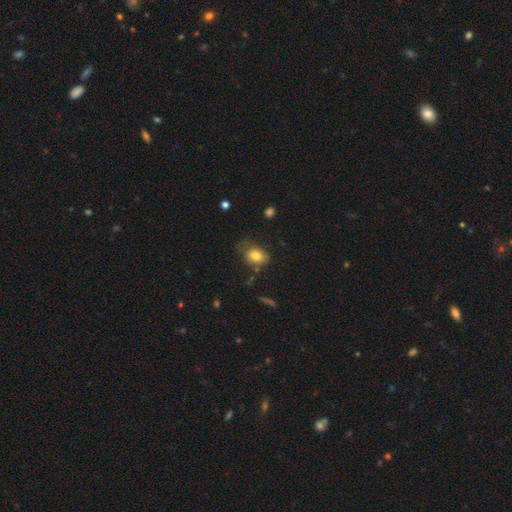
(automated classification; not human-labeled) This is likely a smooth galaxy (78%). How rounded: likely in between (72%). Merging: possibly none (56%).